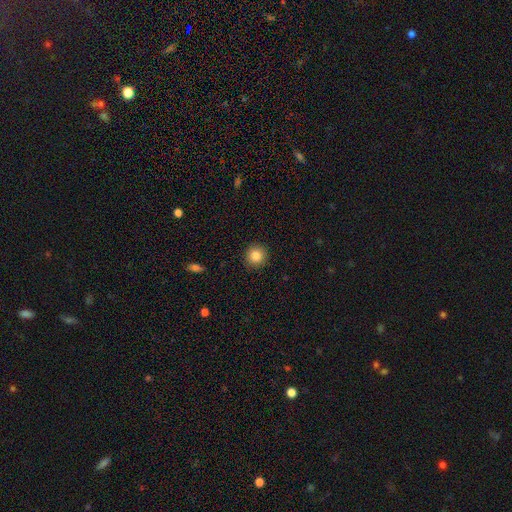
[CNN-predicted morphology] type=smooth (85%); roundness=round (94%); merging=none (92%).